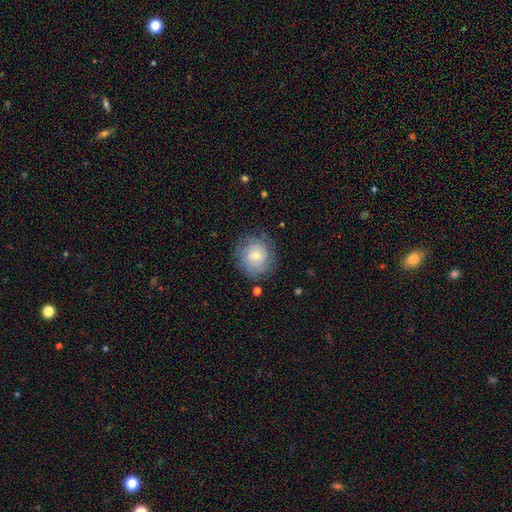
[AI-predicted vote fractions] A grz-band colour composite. It shows a smooth galaxy with no disk features (64%) that is round (89%). Merging: none (78%).